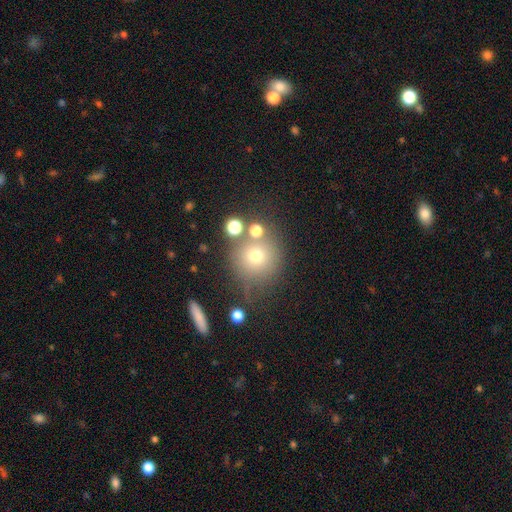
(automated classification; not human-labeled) A smooth galaxy with no disk features (67%) that is round (90%).

Vote fractions:
- Smooth or featured? smooth: 67% / star or artifact: 18% / featured or disk: 15%
- How rounded? round: 90% / in between: 9% / cigar-shaped: 1%
- Merging? none: 65% / minor disturbance: 14% / merger: 13% / major disturbance: 8%